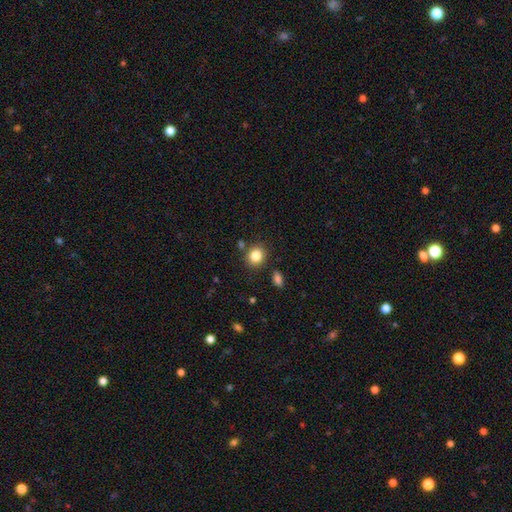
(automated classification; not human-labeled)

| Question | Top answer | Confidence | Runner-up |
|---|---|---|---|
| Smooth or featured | smooth | 85% | star or artifact (10%) |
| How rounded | round | 72% | in between (27%) |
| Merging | none | 82% | minor disturbance (9%) |